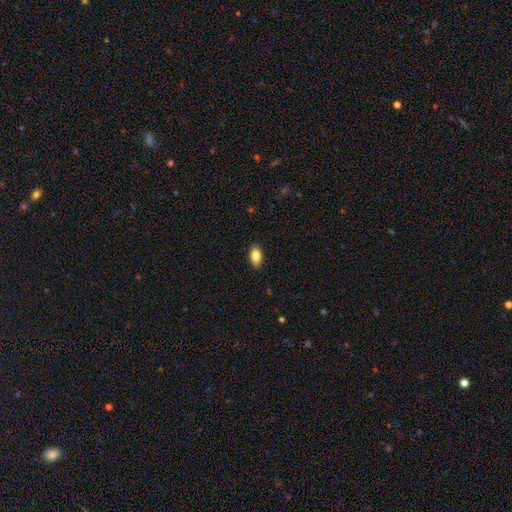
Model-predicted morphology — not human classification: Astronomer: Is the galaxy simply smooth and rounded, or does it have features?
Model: smooth — 82%.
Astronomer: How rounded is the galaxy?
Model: in between — 91%.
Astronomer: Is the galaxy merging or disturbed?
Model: none — 89%.